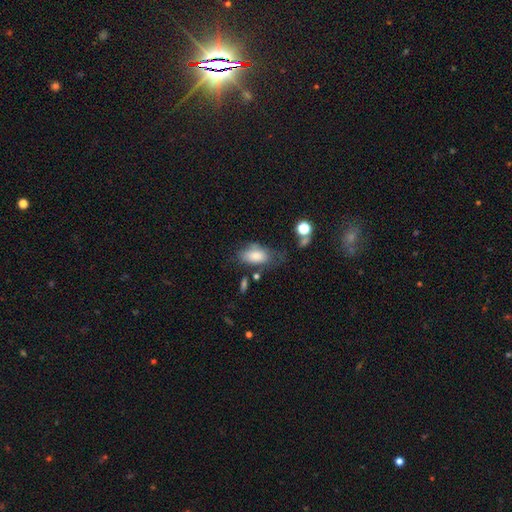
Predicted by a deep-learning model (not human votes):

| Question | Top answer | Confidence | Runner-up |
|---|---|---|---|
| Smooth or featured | smooth | 78% | featured or disk (14%) |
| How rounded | in between | 92% | round (5%) |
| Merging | none | 44% | minor disturbance (30%) |